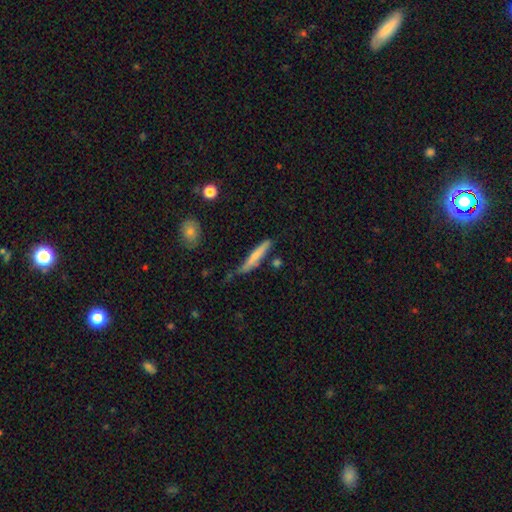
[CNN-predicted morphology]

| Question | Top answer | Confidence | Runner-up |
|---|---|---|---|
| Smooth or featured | smooth | 63% | featured or disk (31%) |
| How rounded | cigar-shaped | 92% | in between (7%) |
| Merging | none | 64% | minor disturbance (24%) |